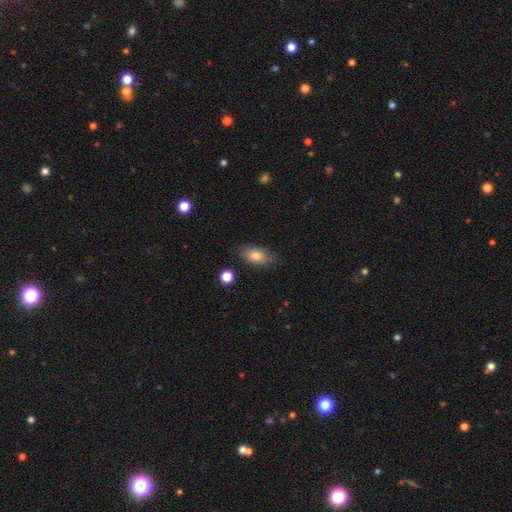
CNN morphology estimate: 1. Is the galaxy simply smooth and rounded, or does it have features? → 82% smooth, 10% featured or disk, 8% star or artifact.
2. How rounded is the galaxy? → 90% in between, 6% round, 4% cigar-shaped.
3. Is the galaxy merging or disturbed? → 79% none, 15% minor disturbance, 4% major disturbance, 2% merger.